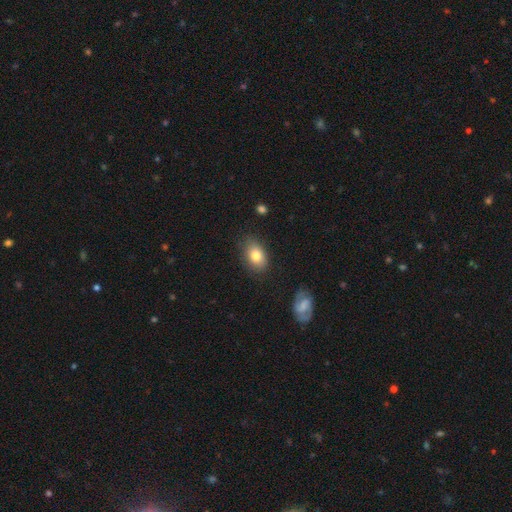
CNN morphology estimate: smooth-or-featured: smooth: 79% | featured or disk: 12% | star or artifact: 8%
  how-rounded: in between: 81% | round: 18% | cigar-shaped: 1%
  merging: none: 78% | minor disturbance: 16% | major disturbance: 4% | merger: 2%